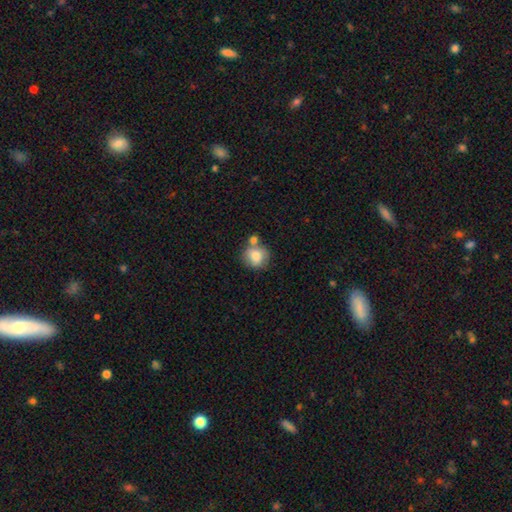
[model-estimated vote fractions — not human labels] Smooth or featured?
  - smooth: 78% *
  - featured or disk: 14%
  - star or artifact: 8%
How rounded?
  - round: 81% *
  - in between: 18%
  - cigar-shaped: 1%
Merging?
  - none: 51% *
  - merger: 28%
  - minor disturbance: 16%
  - major disturbance: 5%